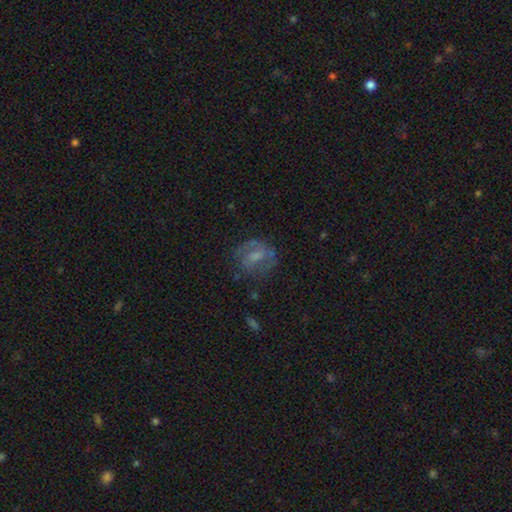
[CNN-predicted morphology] Smooth or featured: featured or disk — 51% (smooth — 38%)
Edge-on disk: no — 96% (yes — 4%)
Merging: none — 58% (minor disturbance — 22%)